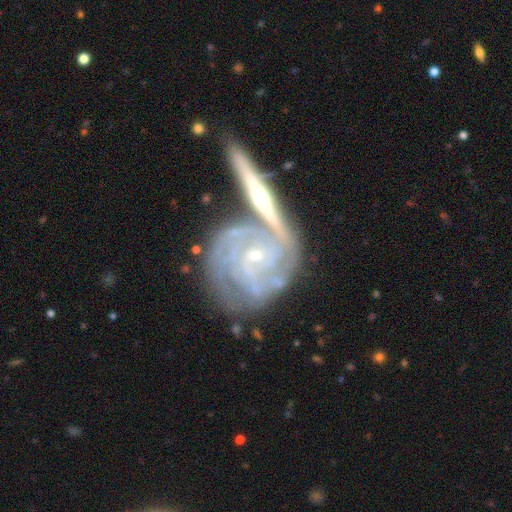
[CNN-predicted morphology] featured or disk 89%, smooth 6%, star or artifact 5%. Down the decision tree: edge-on disk — no (92%); bar — no (62%); spiral arms — yes (96%); spiral arm count — 3 (28%); spiral winding — tight (74%); bulge size — small (78%); merging — none (48%).